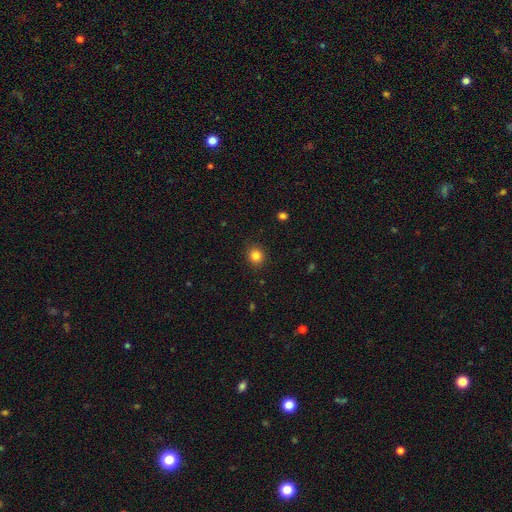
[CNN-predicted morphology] A smooth galaxy with no disk features (84%) that is round (81%).

Vote fractions:
- Smooth or featured? smooth: 84% / star or artifact: 11% / featured or disk: 4%
- How rounded? round: 81% / in between: 18% / cigar-shaped: 1%
- Merging? none: 89% / minor disturbance: 8% / major disturbance: 2% / merger: 1%